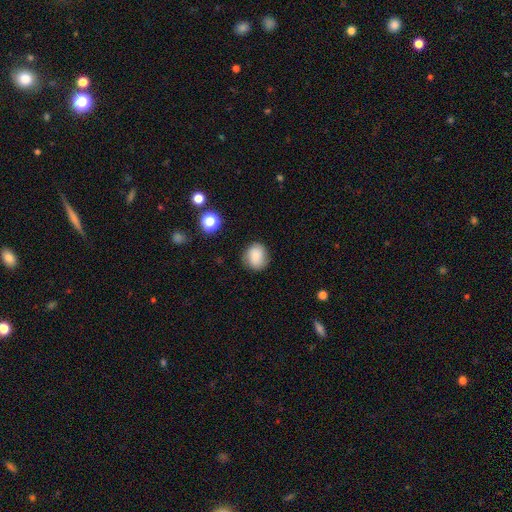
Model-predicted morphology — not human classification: A smooth galaxy with no disk features (78%) that is round (74%). Merging: none (81%).